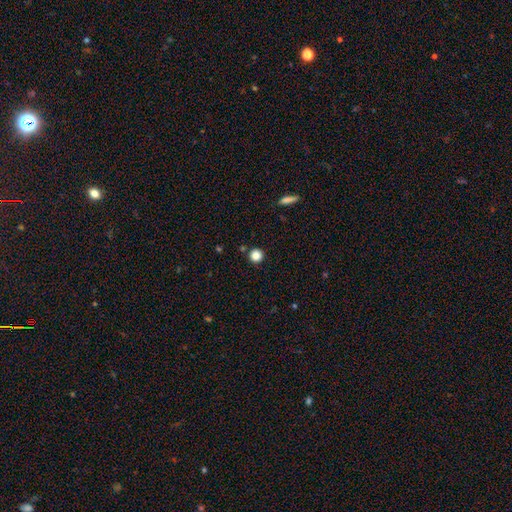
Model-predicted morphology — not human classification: smooth-or-featured: smooth: 85% | star or artifact: 11% | featured or disk: 4%
  how-rounded: round: 95% | in between: 4% | cigar-shaped: 1%
  merging: none: 89% | minor disturbance: 6% | merger: 3% | major disturbance: 2%